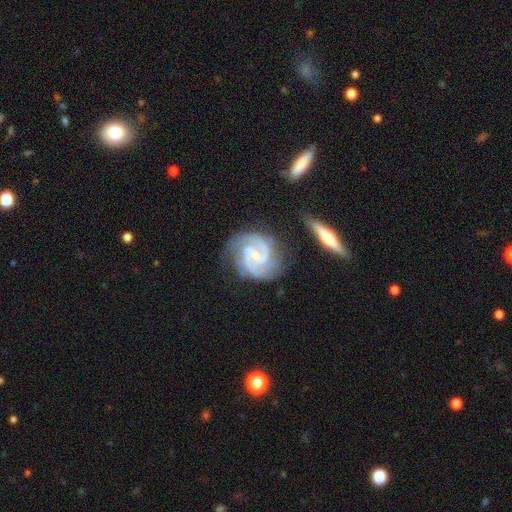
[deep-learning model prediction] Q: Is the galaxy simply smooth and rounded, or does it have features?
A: featured or disk — 91%.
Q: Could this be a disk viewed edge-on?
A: no — 98%.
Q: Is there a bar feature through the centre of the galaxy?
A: weak — 44%.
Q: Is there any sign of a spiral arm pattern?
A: yes — 98%.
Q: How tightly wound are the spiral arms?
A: medium — 51%.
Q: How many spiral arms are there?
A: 2 — 71%.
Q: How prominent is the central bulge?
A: small — 68%.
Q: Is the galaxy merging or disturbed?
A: none — 62%.